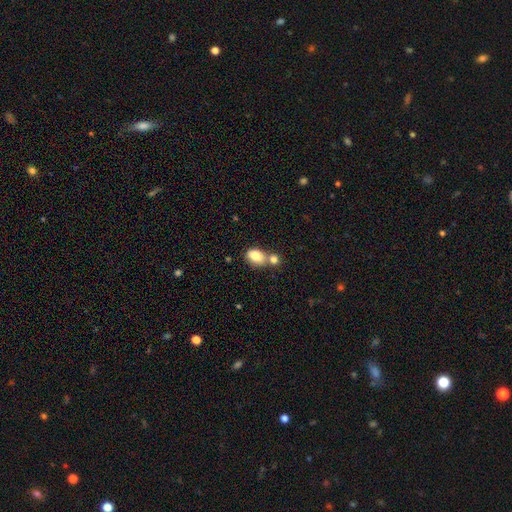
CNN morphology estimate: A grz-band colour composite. It shows a smooth galaxy with no disk features (84%) that is in between round and cigar-shaped (80%). Merging: merger (43%).